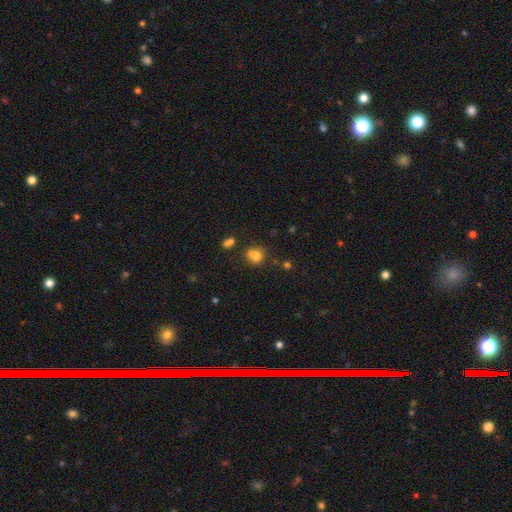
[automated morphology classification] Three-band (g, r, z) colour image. It shows a smooth galaxy with no disk features (75%) that is round (78%). Merging: none (49%).